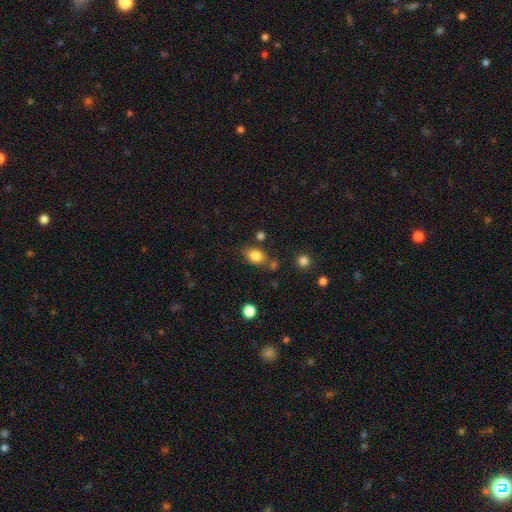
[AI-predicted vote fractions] Smooth or featured? smooth (83%)
How rounded? in between (69%)
Merging? none (70%)